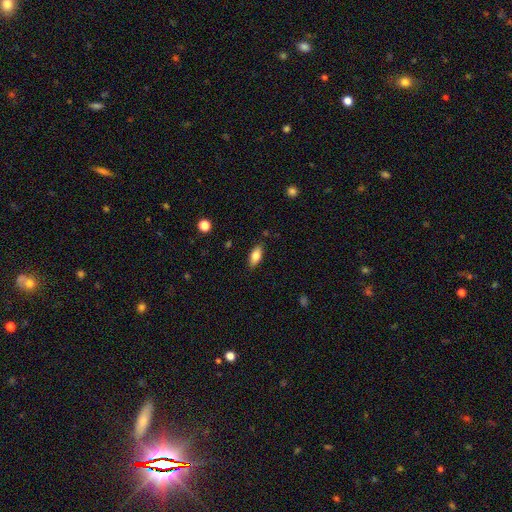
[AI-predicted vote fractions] Overall: smooth (78%). How rounded: in between (83%). Merging: none (84%).